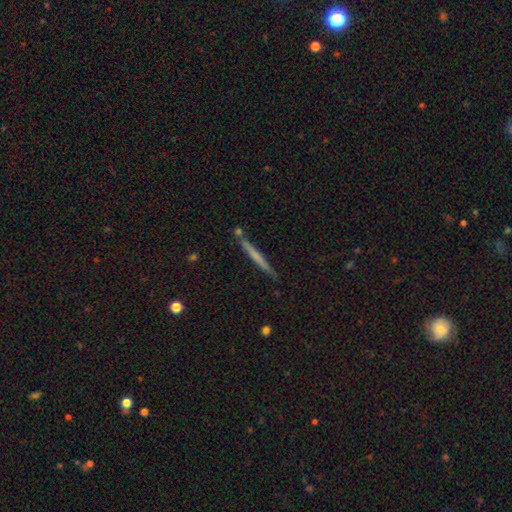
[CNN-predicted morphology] type=smooth (49%); merging=none (85%).